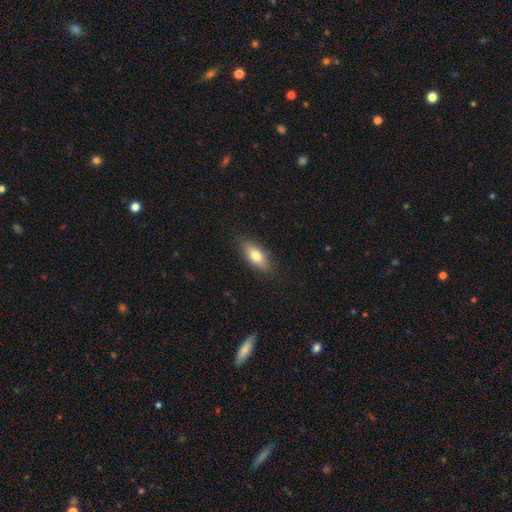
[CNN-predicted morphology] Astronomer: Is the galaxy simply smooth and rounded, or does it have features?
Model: smooth — 76%.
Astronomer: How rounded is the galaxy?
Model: in between — 80%.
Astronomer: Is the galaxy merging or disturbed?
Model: none — 86%.